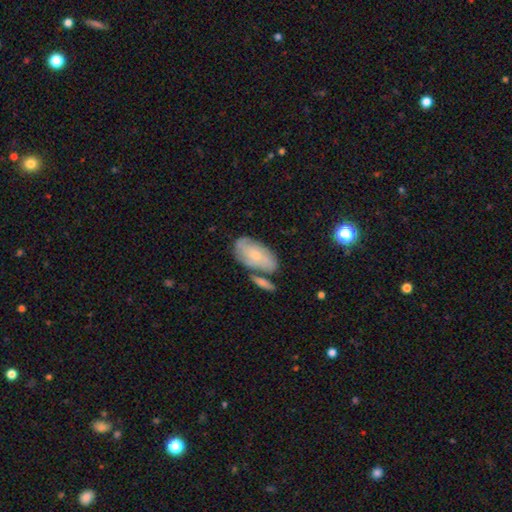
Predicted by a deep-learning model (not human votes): featured or disk 47%, smooth 46%, star or artifact 7%. Down the decision tree: merging — none (54%).